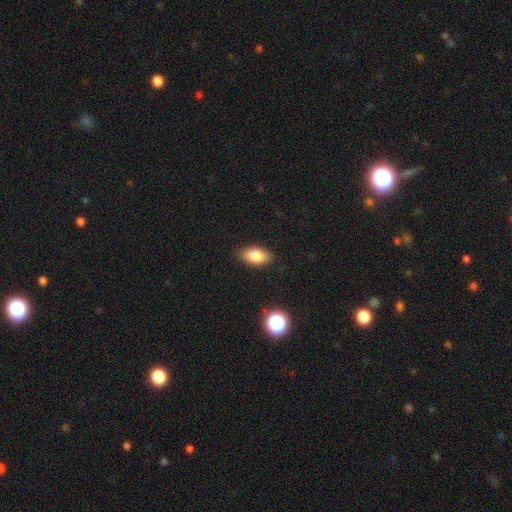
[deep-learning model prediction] A smooth galaxy with no disk features (83%) that is in between round and cigar-shaped (91%). Merging: none (84%).